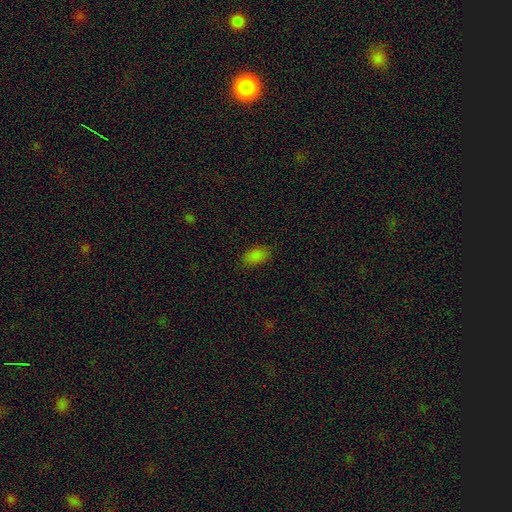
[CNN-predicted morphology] smooth 83%, star or artifact 13%, featured or disk 4%. Down the decision tree: how rounded — in between (92%); merging — none (83%).